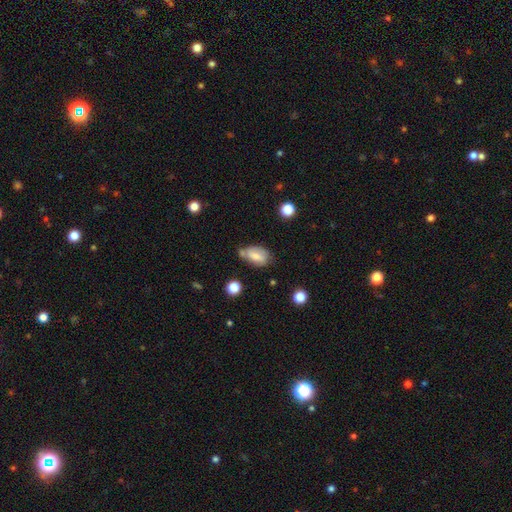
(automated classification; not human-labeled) A smooth galaxy with no disk features (64%) that is in between round and cigar-shaped (88%).

Vote fractions:
- Smooth or featured? smooth: 64% / featured or disk: 28% / star or artifact: 9%
- How rounded? in between: 88% / round: 8% / cigar-shaped: 3%
- Merging? none: 52% / minor disturbance: 26% / merger: 15% / major disturbance: 8%